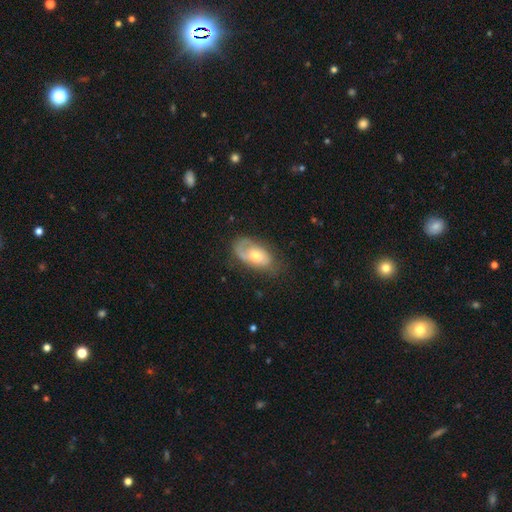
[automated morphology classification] Q: Smooth or featured?
A: featured or disk (54%); runner-up: smooth (40%)
Q: Edge-on disk?
A: no (92%); runner-up: yes (8%)
Q: Merging?
A: none (58%); runner-up: minor disturbance (25%)